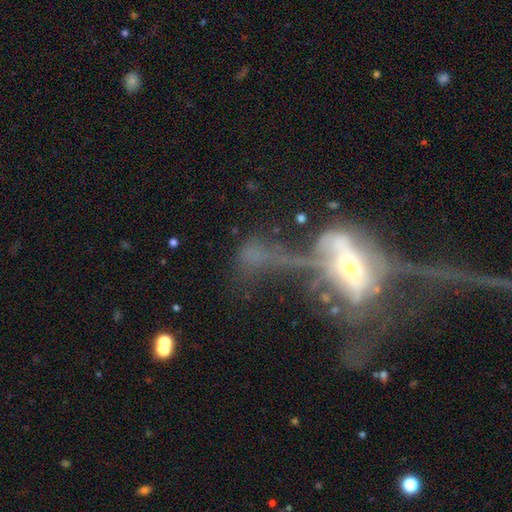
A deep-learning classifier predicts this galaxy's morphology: featured or disk 57%, smooth 25%, star or artifact 17%. Down the decision tree: edge-on disk — no (73%); merging — major disturbance (43%).